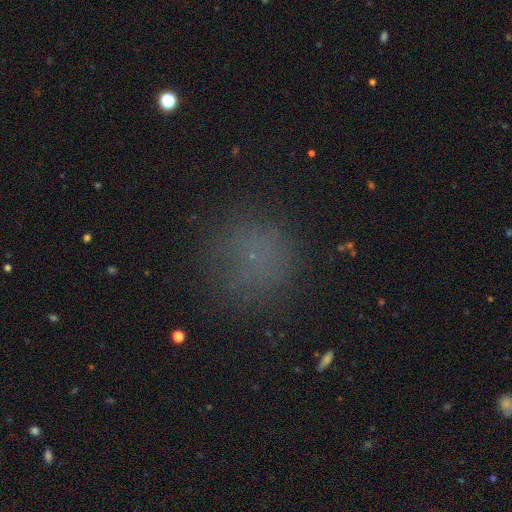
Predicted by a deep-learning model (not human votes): This appears to be a smooth galaxy with no disk features (63%) that is round (92%). Merging: none (81%).